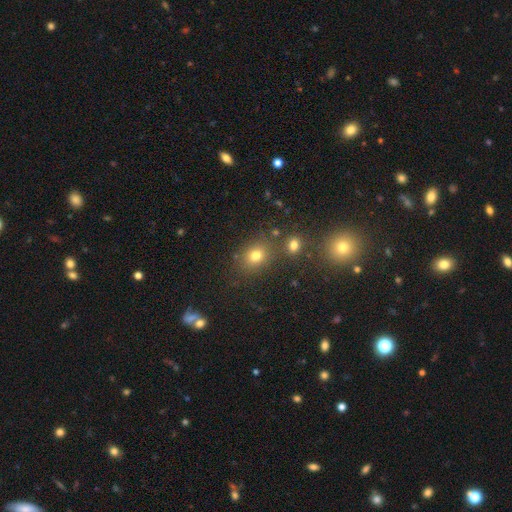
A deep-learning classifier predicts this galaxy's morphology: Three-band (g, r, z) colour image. It shows a smooth galaxy with no disk features (74%) that is round (57%). Merging: none (73%).